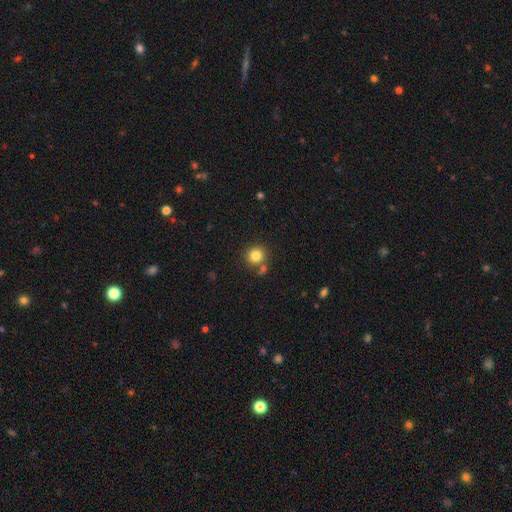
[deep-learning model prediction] Smooth or featured? Predicted: smooth (p=0.82). How rounded? Predicted: round (p=0.90). Merging? Predicted: none (p=0.73).